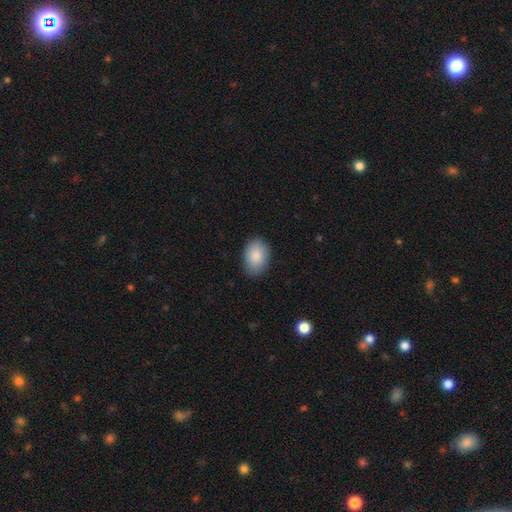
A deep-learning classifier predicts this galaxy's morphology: Smooth or featured? Predicted: smooth (p=0.88). How rounded? Predicted: in between (p=0.85). Merging? Predicted: none (p=0.86).